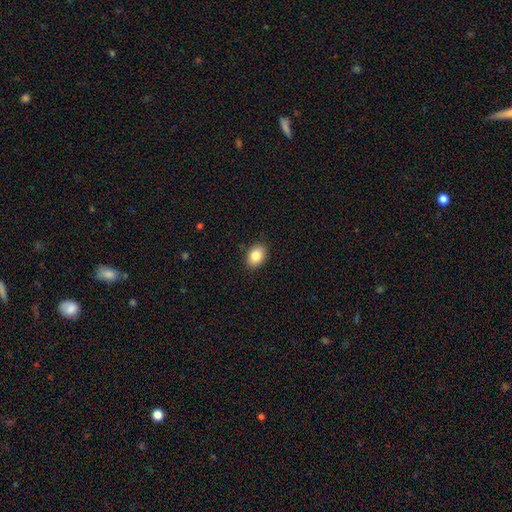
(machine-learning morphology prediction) A smooth galaxy with no disk features (84%) that is in between round and cigar-shaped (74%). Merging: none (90%).